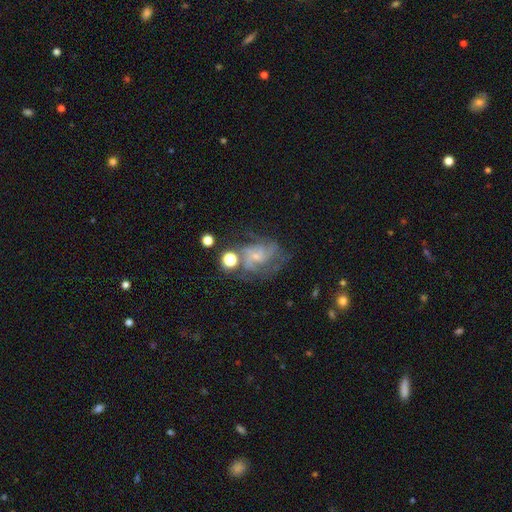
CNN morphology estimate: type=featured or disk (73%); edge-on=no (98%); bar=no (65%); spiral arms=yes (88%); winding=medium (46%); arm count=can't tell (33%); bulge=small (71%); merging=none (48%).